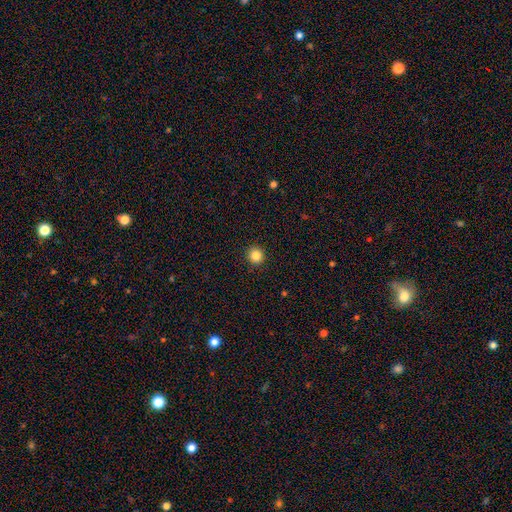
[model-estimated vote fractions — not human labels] smooth_or_featured: smooth (p=0.85) [alt: star or artifact p=0.11]
how_rounded: round (p=0.94) [alt: in between p=0.05]
merging: none (p=0.93) [alt: minor disturbance p=0.05]